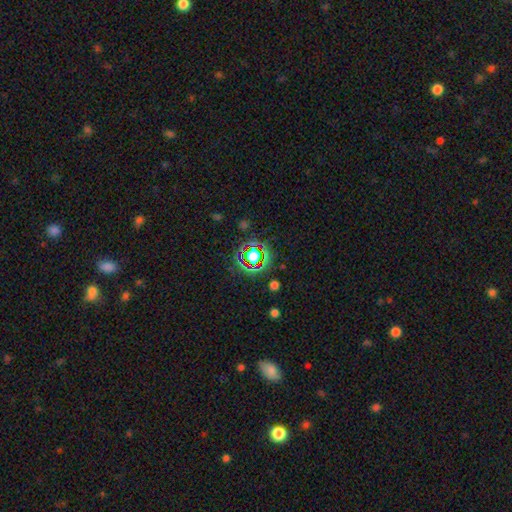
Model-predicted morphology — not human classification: A star or artifact, not a galaxy (62%).